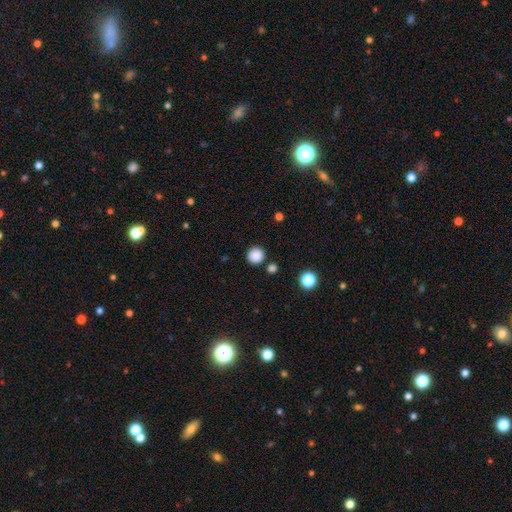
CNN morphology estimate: Smooth or featured? smooth (86%)
How rounded? round (94%)
Merging? none (86%)